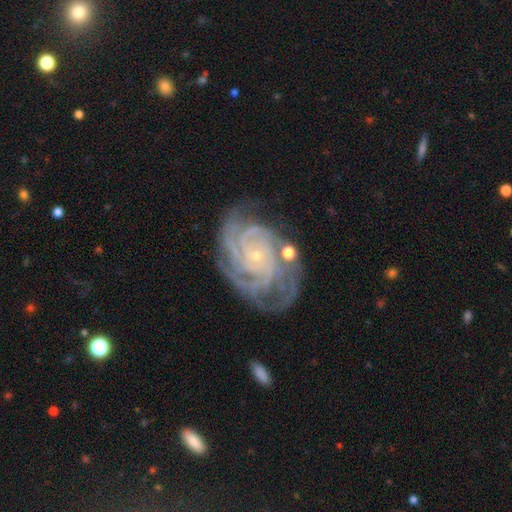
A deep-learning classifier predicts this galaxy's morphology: featured or disk 91%, star or artifact 5%, smooth 4%. Down the decision tree: edge-on disk — no (98%); bar — no (77%); spiral arms — yes (98%); spiral arm count — 4 (35%); spiral winding — tight (80%); bulge size — small (88%); merging — none (69%).